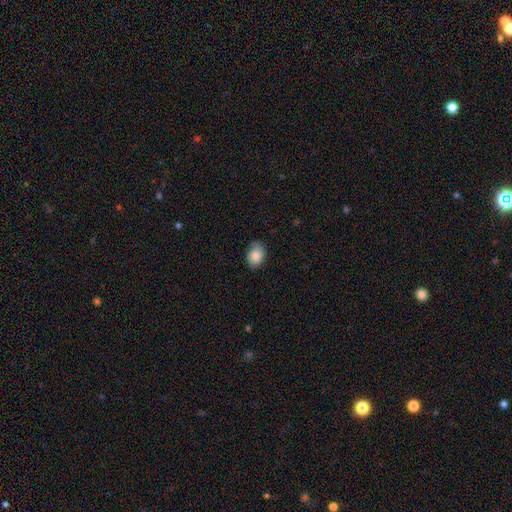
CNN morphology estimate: smooth 81%, featured or disk 11%, star or artifact 8%. Down the decision tree: how rounded — in between (71%); merging — none (71%).